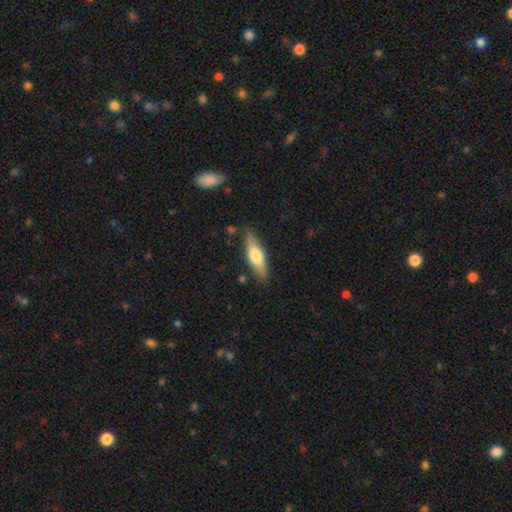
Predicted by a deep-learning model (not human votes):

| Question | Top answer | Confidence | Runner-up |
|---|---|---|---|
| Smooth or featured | smooth | 57% | featured or disk (37%) |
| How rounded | cigar-shaped | 52% | in between (46%) |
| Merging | none | 82% | minor disturbance (13%) |